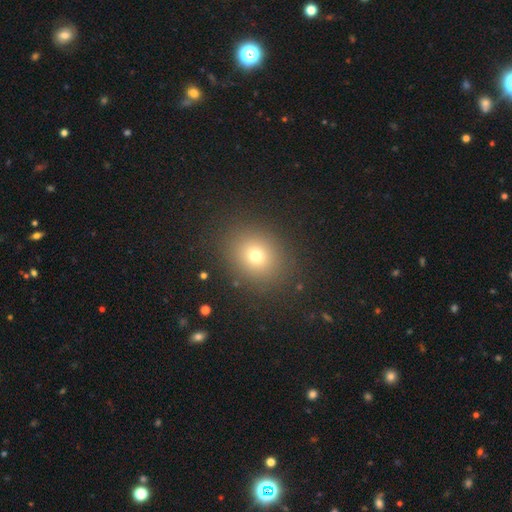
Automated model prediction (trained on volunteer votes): smooth-or-featured: smooth: 72% | star or artifact: 18% | featured or disk: 10%
  how-rounded: round: 67% | in between: 32% | cigar-shaped: 1%
  merging: none: 87% | minor disturbance: 8% | major disturbance: 4% | merger: 1%